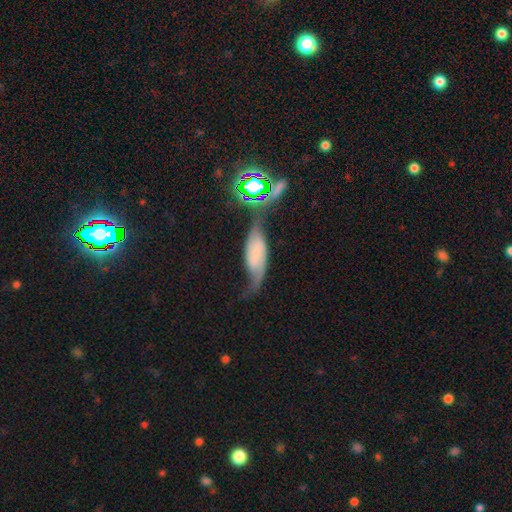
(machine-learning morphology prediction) Q: Smooth or featured?
A: featured or disk (51%); runner-up: smooth (36%)
Q: Edge-on disk?
A: no (82%); runner-up: yes (18%)
Q: Merging?
A: none (41%); runner-up: minor disturbance (28%)